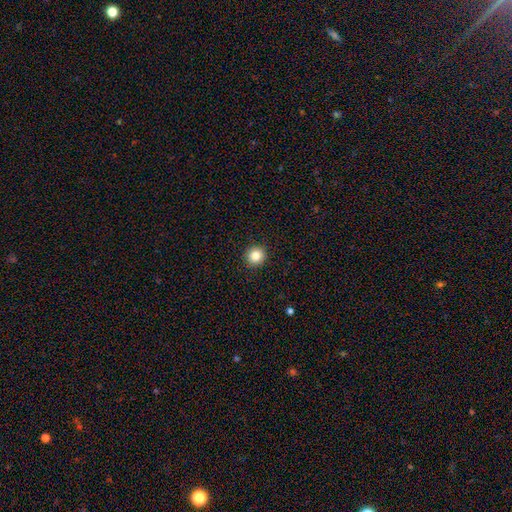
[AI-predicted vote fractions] smooth-or-featured: smooth: 84% | star or artifact: 11% | featured or disk: 6%
  how-rounded: round: 93% | in between: 6% | cigar-shaped: 1%
  merging: none: 93% | minor disturbance: 5% | major disturbance: 2% | merger: 1%